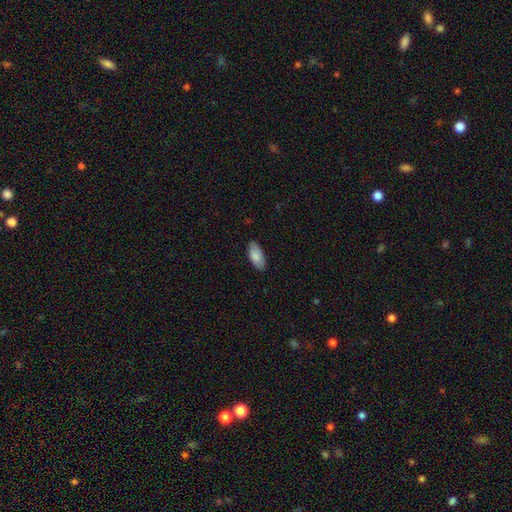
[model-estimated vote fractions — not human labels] smooth-or-featured: smooth: 84% | featured or disk: 10% | star or artifact: 6%
  how-rounded: in between: 91% | cigar-shaped: 7% | round: 2%
  merging: none: 85% | minor disturbance: 12% | major disturbance: 2% | merger: 1%